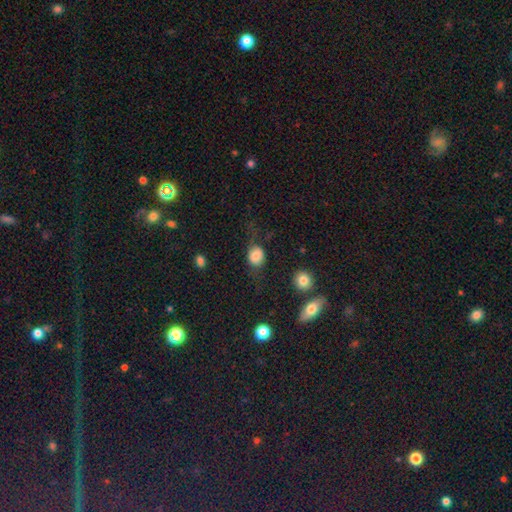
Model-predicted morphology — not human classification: smooth 78%, featured or disk 13%, star or artifact 9%. Down the decision tree: how rounded — round (53%); merging — none (58%).